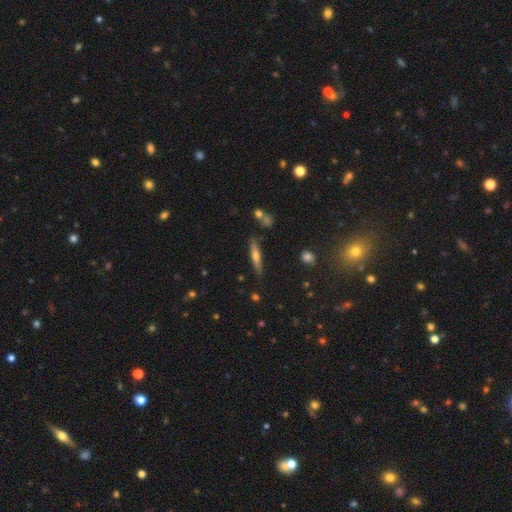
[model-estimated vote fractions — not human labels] Q: Smooth or featured?
A: featured or disk (48%); runner-up: smooth (45%)
Q: Merging?
A: none (82%); runner-up: minor disturbance (12%)